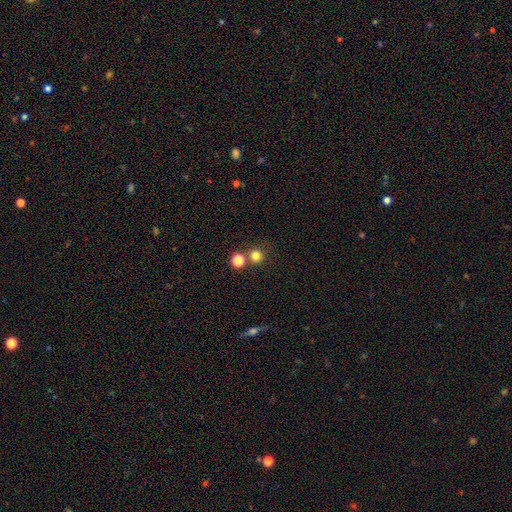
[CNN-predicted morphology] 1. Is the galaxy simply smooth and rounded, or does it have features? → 78% smooth, 16% star or artifact, 6% featured or disk.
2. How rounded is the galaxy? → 93% round, 6% in between, 1% cigar-shaped.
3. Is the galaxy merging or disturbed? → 73% none, 18% merger, 7% minor disturbance, 3% major disturbance.